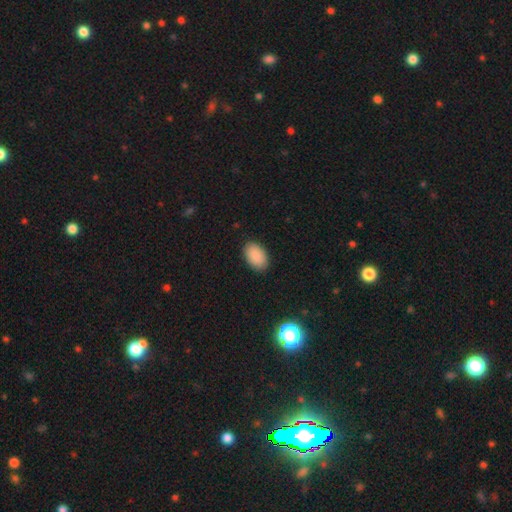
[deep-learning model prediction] The model was most divided on "merging": none: 88%, minor disturbance: 9%, major disturbance: 2%, merger: 1%. More confident: how rounded — in between (93%); smooth or featured — smooth (90%).